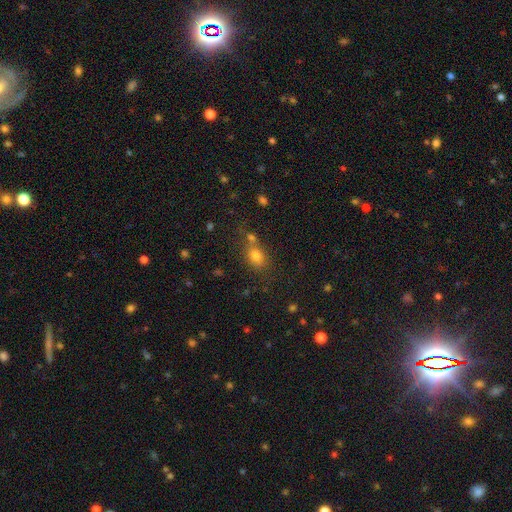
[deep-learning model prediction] This is likely a smooth galaxy (76%). How rounded: possibly in between (54%). Merging: possibly none (54%).